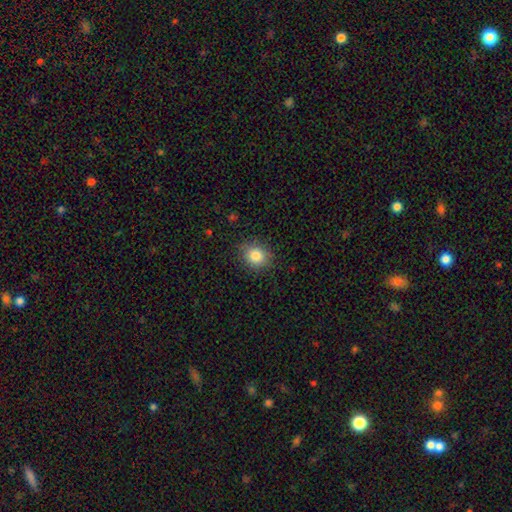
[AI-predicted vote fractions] The model was most divided on "how rounded": round: 69%, in between: 30%, cigar-shaped: 1%. More confident: merging — none (85%); smooth or featured — smooth (82%).